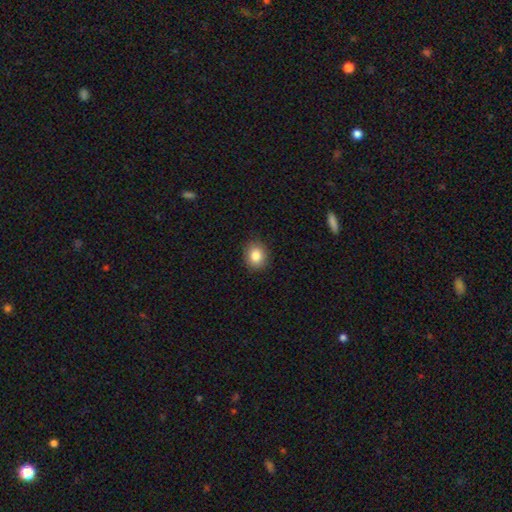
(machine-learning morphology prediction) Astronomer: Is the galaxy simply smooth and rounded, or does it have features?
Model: smooth — 84%.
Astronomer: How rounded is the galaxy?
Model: round — 72%.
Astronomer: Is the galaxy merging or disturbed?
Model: none — 89%.